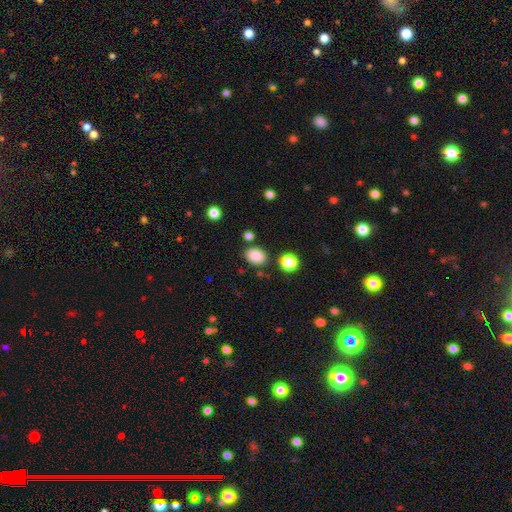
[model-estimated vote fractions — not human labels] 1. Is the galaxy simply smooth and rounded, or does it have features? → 86% smooth, 10% star or artifact, 4% featured or disk.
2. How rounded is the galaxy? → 67% in between, 32% round, 1% cigar-shaped.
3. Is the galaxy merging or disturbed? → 81% none, 11% minor disturbance, 5% merger, 3% major disturbance.